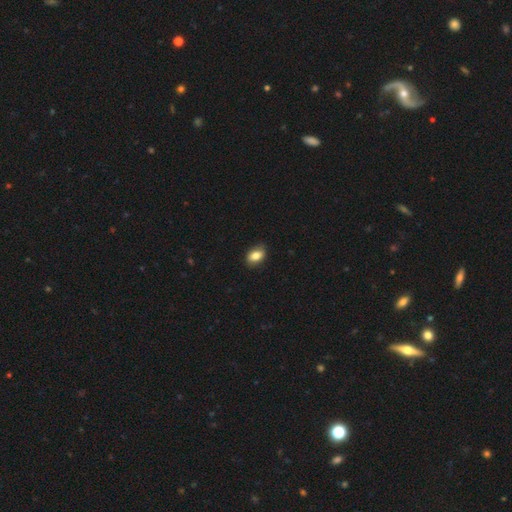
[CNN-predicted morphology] A smooth galaxy with no disk features (81%) that is in between round and cigar-shaped (83%).

Vote fractions:
- Smooth or featured? smooth: 81% / featured or disk: 11% / star or artifact: 8%
- How rounded? in between: 83% / round: 15% / cigar-shaped: 2%
- Merging? none: 81% / minor disturbance: 16% / major disturbance: 3% / merger: 1%